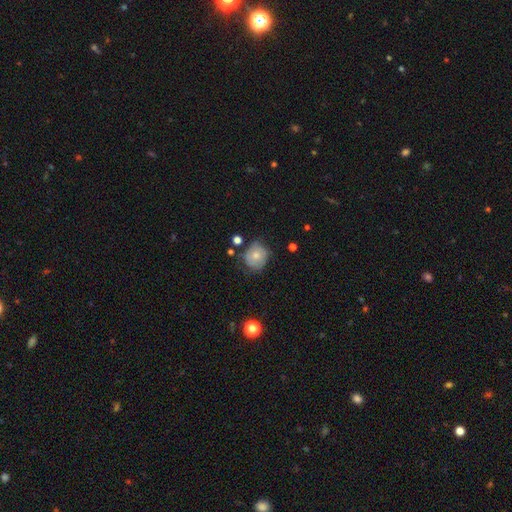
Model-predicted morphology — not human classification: Q: Smooth or featured?
A: smooth (57%); runner-up: featured or disk (35%)
Q: How rounded?
A: round (76%); runner-up: in between (23%)
Q: Merging?
A: none (60%); runner-up: minor disturbance (29%)